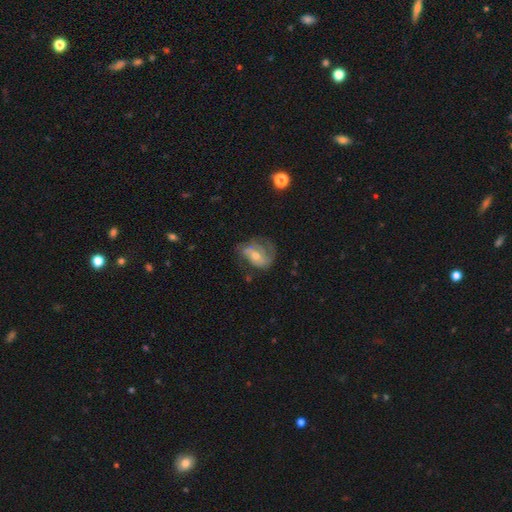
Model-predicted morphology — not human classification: A featured or disk galaxy (61%) with no bar (59%), spiral arms (74%) and a moderate central bulge (52%). Merging: none (44%).